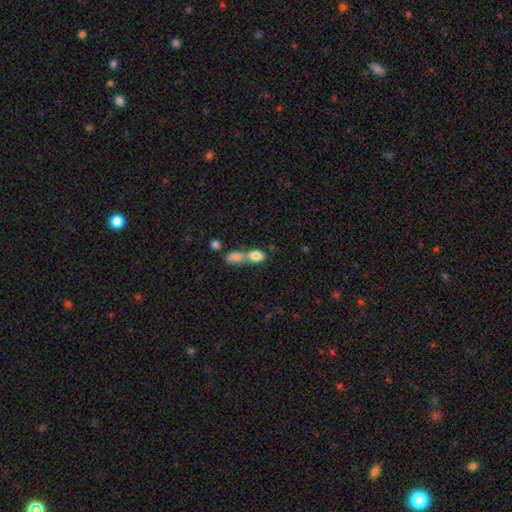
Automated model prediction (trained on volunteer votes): This is clearly a smooth galaxy (81%). How rounded: clearly in between (83%). Merging: likely merger (67%).